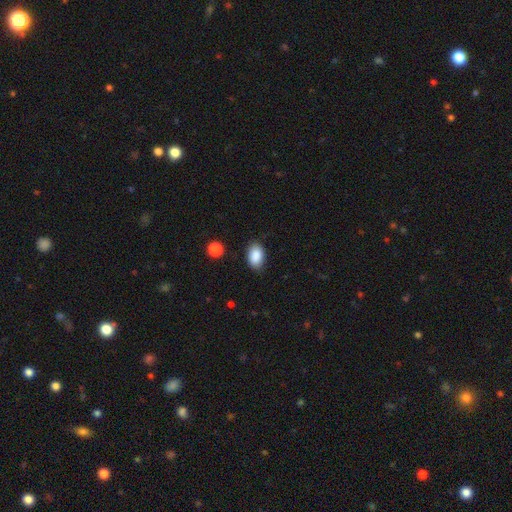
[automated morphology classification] Q: Smooth or featured?
A: smooth (88%); runner-up: star or artifact (7%)
Q: How rounded?
A: in between (89%); runner-up: round (10%)
Q: Merging?
A: none (83%); runner-up: minor disturbance (13%)